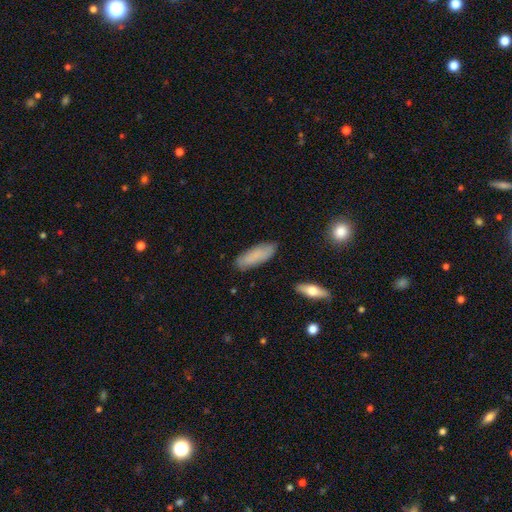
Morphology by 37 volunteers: Overall: smooth (84%). How rounded: in between (61%; cigar-shaped 35%). Merging: none (85%).